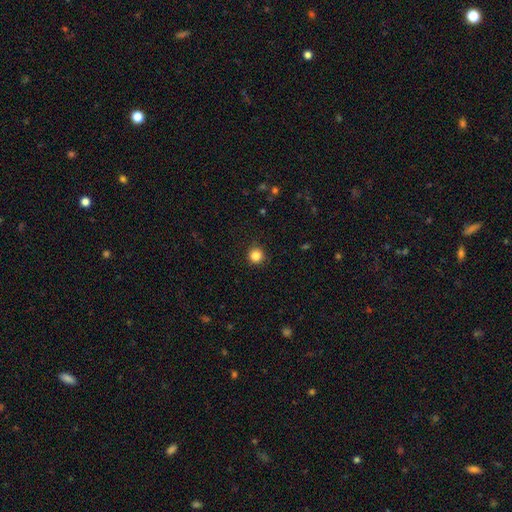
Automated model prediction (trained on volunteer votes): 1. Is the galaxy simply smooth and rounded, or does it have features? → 85% smooth, 11% star or artifact, 4% featured or disk.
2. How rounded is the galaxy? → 95% round, 4% in between, 1% cigar-shaped.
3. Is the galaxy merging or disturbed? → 90% none, 7% minor disturbance, 2% major disturbance, 1% merger.